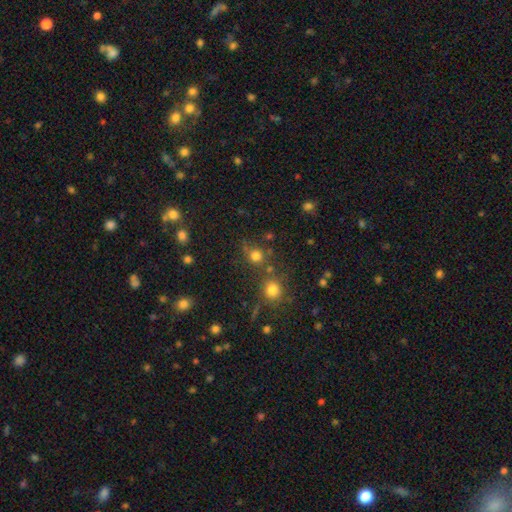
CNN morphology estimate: type=smooth (76%); roundness=round (87%); merging=none (65%).